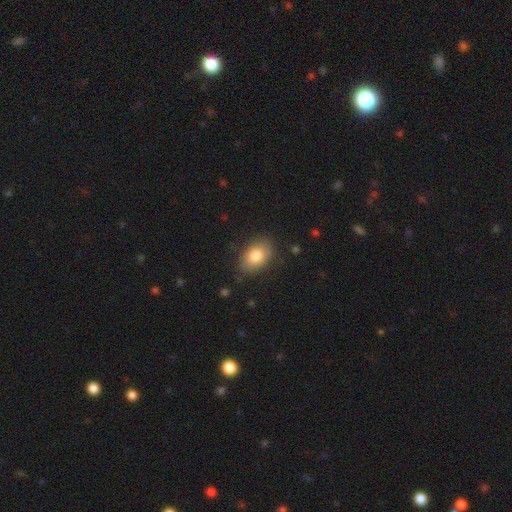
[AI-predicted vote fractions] This appears to be a smooth galaxy with no disk features (81%) that is in between round and cigar-shaped (86%). Merging: none (83%).